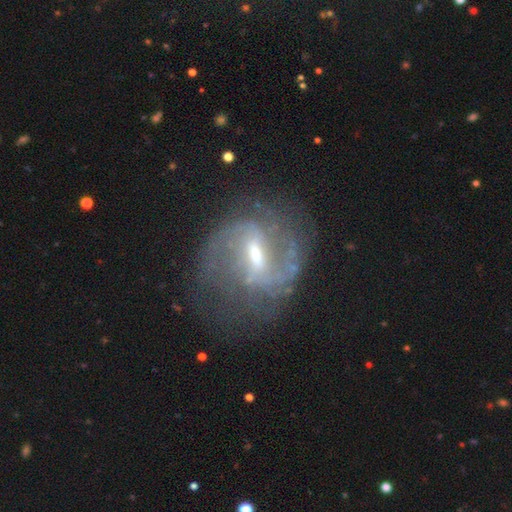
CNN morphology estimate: Smooth or featured? featured or disk (85%)
Edge-on disk? no (96%)
Bar? weak (49%)
Spiral arms? yes (91%)
Spiral winding? medium (46%)
Spiral arm count? 2 (69%)
Bulge size? moderate (48%)
Merging? none (64%)